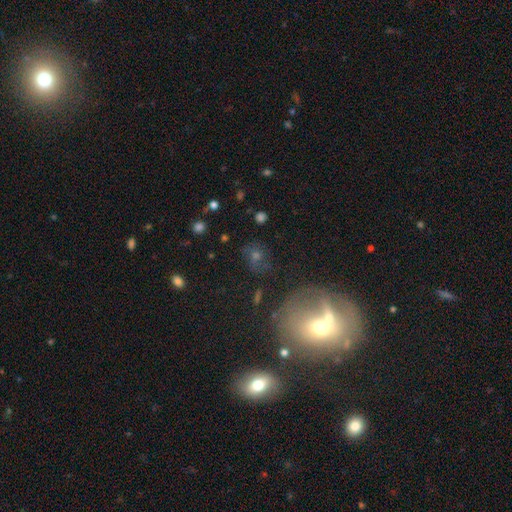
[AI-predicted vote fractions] Q: Smooth or featured?
A: smooth (45%); runner-up: star or artifact (28%)
Q: Merging?
A: none (57%); runner-up: minor disturbance (16%)